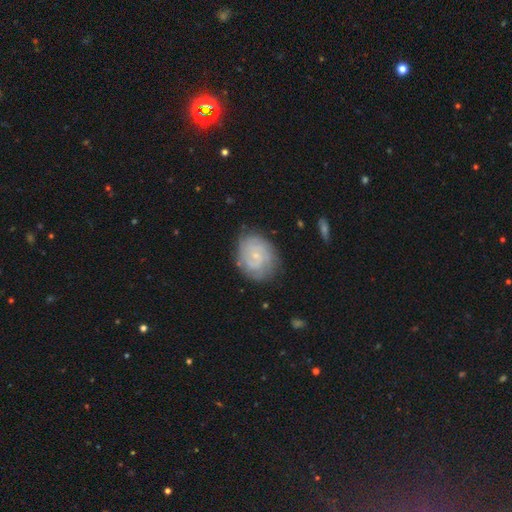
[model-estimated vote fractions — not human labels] smooth-or-featured: featured or disk: 65% | smooth: 27% | star or artifact: 8%
  disk-edge-on: no: 97% | yes: 3%
    bar: no: 71% | weak: 26% | strong: 3%
    has-spiral-arms: yes: 86% | no: 14%
      spiral-winding: tight: 63% | medium: 28% | loose: 9%
      spiral-arm-count: can't tell: 46% | 2: 23% | 3: 14% | 4: 8% | 1: 5% | more than 4: 5%
    bulge-size: small: 81% | moderate: 13% | none: 5% | large: 1% | dominant: 1%
  merging: none: 74% | minor disturbance: 18% | major disturbance: 6% | merger: 2%